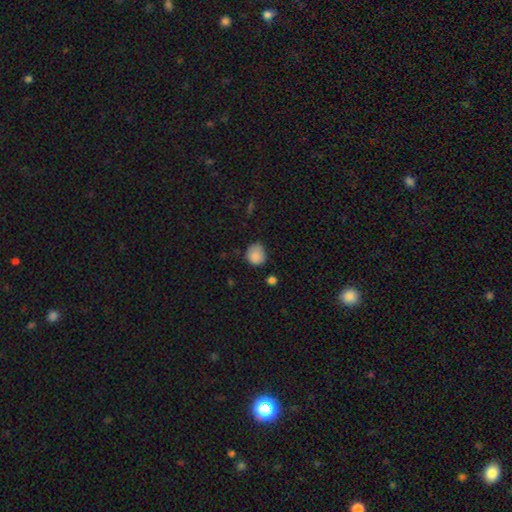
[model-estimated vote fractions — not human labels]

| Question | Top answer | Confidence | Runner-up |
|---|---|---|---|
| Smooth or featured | smooth | 85% | star or artifact (8%) |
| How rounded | round | 77% | in between (22%) |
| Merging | none | 66% | minor disturbance (26%) |